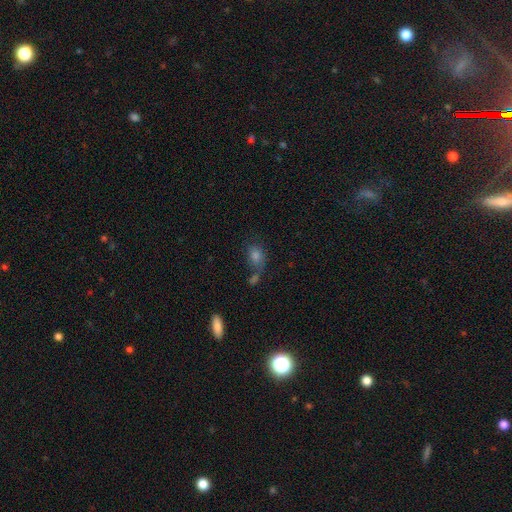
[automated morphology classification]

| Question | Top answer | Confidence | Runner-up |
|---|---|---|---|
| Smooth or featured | smooth | 69% | star or artifact (17%) |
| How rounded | in between | 54% | round (43%) |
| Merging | none | 47% | merger (26%) |